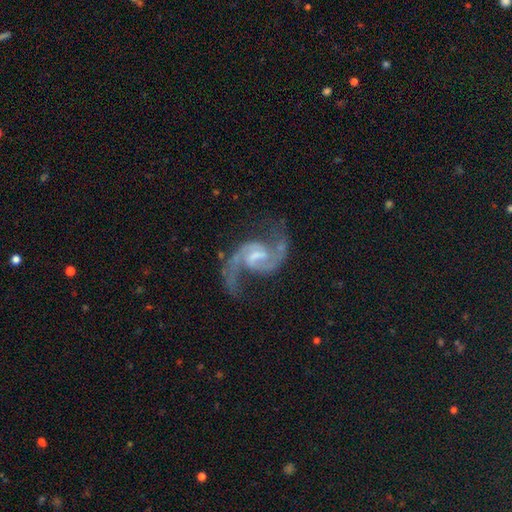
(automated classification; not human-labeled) Q: Smooth or featured?
A: featured or disk (93%); runner-up: star or artifact (4%)
Q: Edge-on disk?
A: no (98%); runner-up: yes (2%)
Q: Bar?
A: weak (58%); runner-up: no (24%)
Q: Spiral arms?
A: yes (98%); runner-up: no (2%)
Q: Spiral winding?
A: medium (48%); runner-up: loose (44%)
Q: Spiral arm count?
A: 2 (94%); runner-up: can't tell (2%)
Q: Bulge size?
A: small (38%); runner-up: none (28%)
Q: Merging?
A: none (67%); runner-up: minor disturbance (17%)